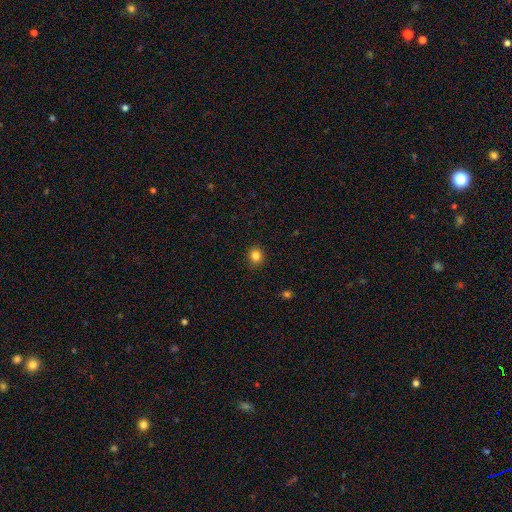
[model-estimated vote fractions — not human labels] Smooth or featured: smooth — 83% (star or artifact — 12%)
How rounded: round — 85% (in between — 15%)
Merging: none — 91% (minor disturbance — 6%)